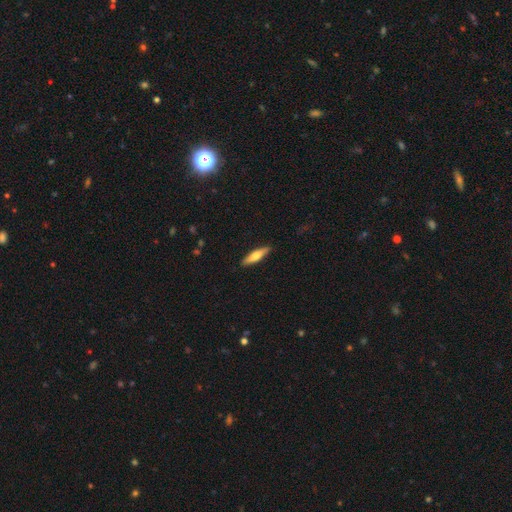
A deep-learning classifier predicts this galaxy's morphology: The model was most divided on "smooth or featured": smooth: 53%, featured or disk: 42%, star or artifact: 5%. More confident: merging — none (90%); how rounded — cigar-shaped (77%).